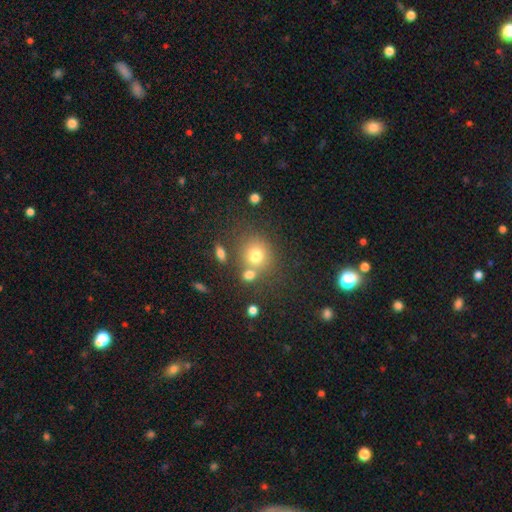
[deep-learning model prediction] Smooth or featured: smooth — 74% (star or artifact — 15%)
How rounded: round — 82% (in between — 17%)
Merging: none — 64% (merger — 21%)